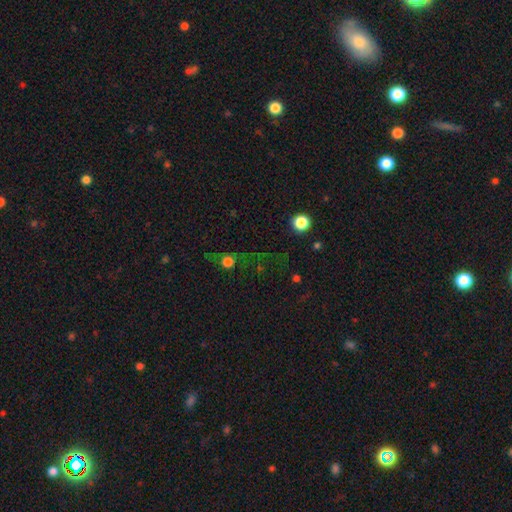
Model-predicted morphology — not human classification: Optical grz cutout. It shows a star or artifact, not a galaxy (62%).